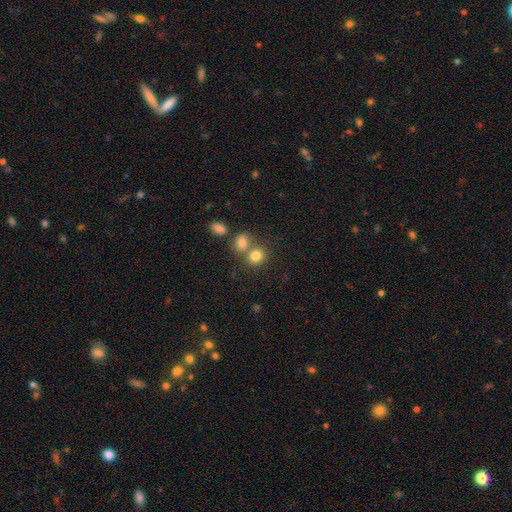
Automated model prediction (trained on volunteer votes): Smooth or featured? Predicted: smooth (p=0.79). How rounded? Predicted: round (p=0.74). Merging? Predicted: none (p=0.50).